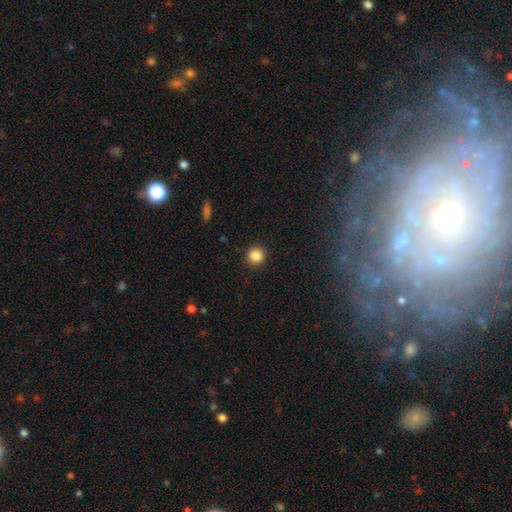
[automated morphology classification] This is clearly a smooth galaxy (87%). How rounded: clearly round (94%). Merging: clearly none (92%).